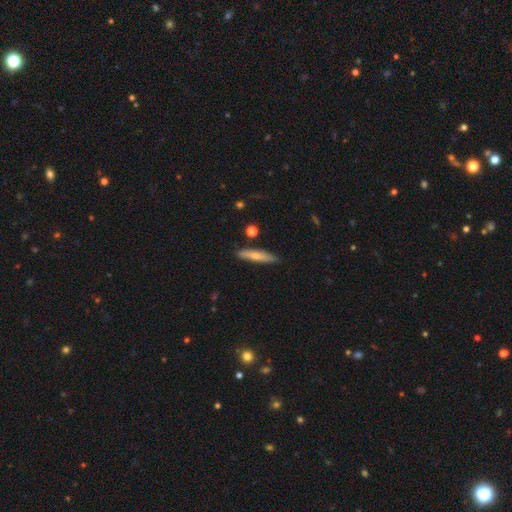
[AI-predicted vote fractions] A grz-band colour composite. It shows a smooth galaxy with no disk features (65%) that is cigar-shaped (84%). Merging: none (85%).